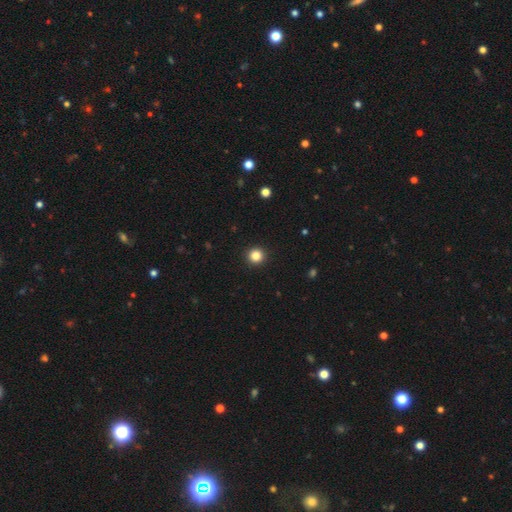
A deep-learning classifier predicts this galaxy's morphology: smooth 85%, star or artifact 11%, featured or disk 4%. Down the decision tree: how rounded — round (95%); merging — none (94%).